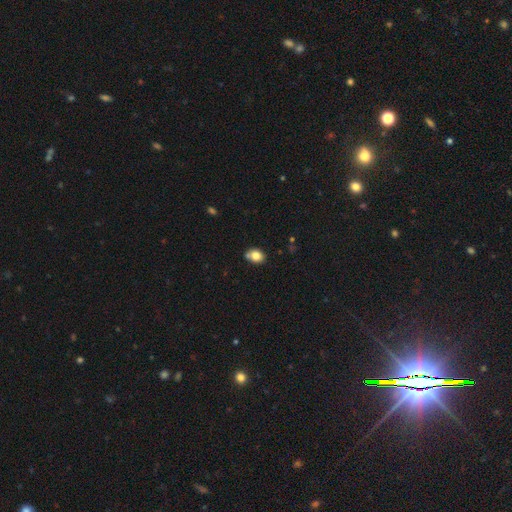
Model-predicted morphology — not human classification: The model was most divided on "how rounded": in between: 55%, round: 44%, cigar-shaped: 1%. More confident: smooth or featured — smooth (81%); merging — none (66%).